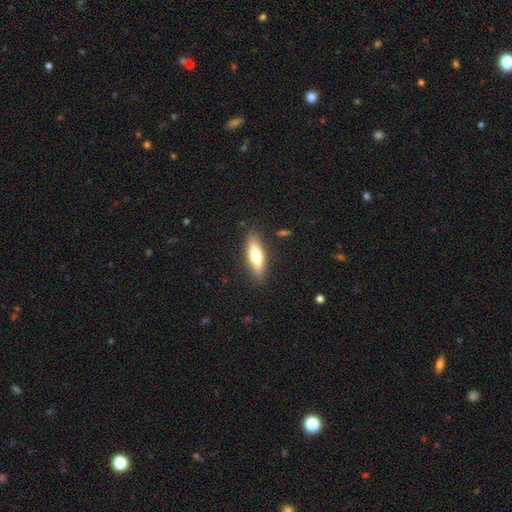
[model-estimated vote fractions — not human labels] This is likely a smooth galaxy (64%). How rounded: possibly cigar-shaped (56%). Merging: clearly none (86%).